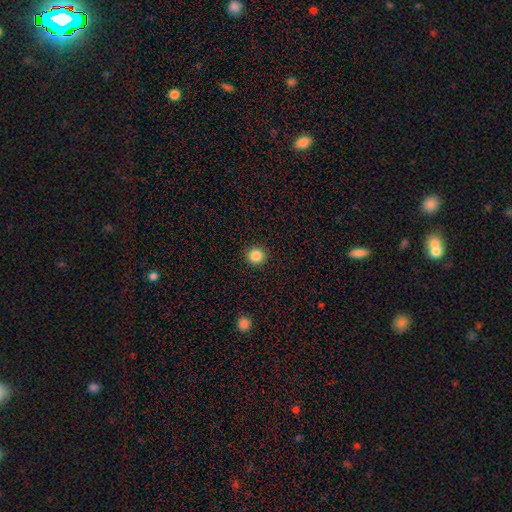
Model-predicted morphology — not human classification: Smooth or featured: smooth — 86% (star or artifact — 10%)
How rounded: round — 90% (in between — 9%)
Merging: none — 92% (minor disturbance — 5%)